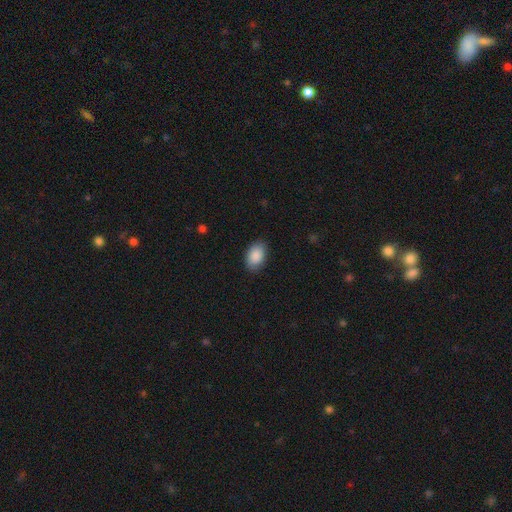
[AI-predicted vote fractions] A smooth galaxy with no disk features (89%) that is in between round and cigar-shaped (91%). Merging: none (84%).